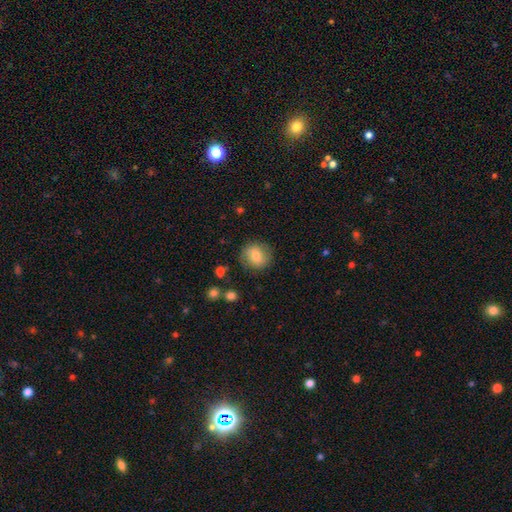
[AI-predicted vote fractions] Smooth or featured? Predicted: smooth (p=0.75). How rounded? Predicted: round (p=0.86). Merging? Predicted: none (p=0.84).